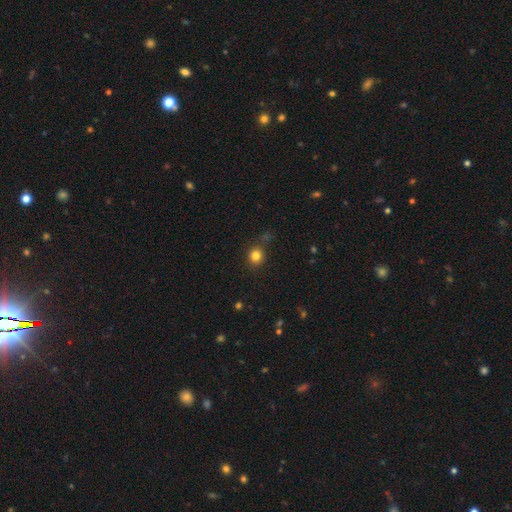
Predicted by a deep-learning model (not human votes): Morphology: type=smooth (82%); roundness=round (87%); merging=none (81%).